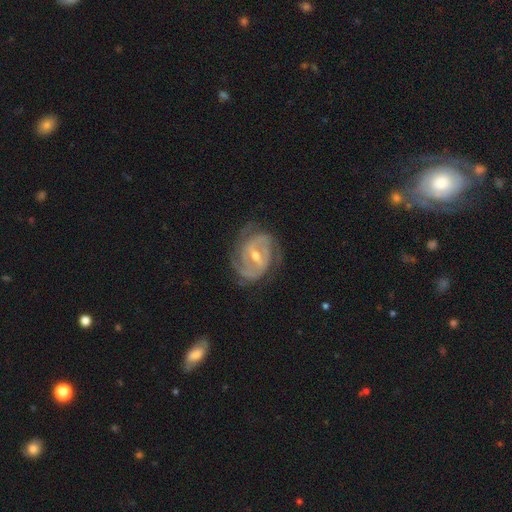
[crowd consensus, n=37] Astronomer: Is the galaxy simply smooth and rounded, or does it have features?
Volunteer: featured or disk — 89%.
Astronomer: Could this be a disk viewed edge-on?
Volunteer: no — 97%.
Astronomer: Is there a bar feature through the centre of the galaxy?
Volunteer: strong — 50% (runner-up: weak, 44%).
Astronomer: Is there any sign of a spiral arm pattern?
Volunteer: yes — 100%.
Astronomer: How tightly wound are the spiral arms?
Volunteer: tight — 81%.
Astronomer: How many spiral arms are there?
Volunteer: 3 — 34% (runner-up: can't tell, 25%).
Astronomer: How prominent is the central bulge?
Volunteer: moderate — 50%, tied with small at 50%.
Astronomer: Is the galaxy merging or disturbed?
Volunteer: none — 75%.